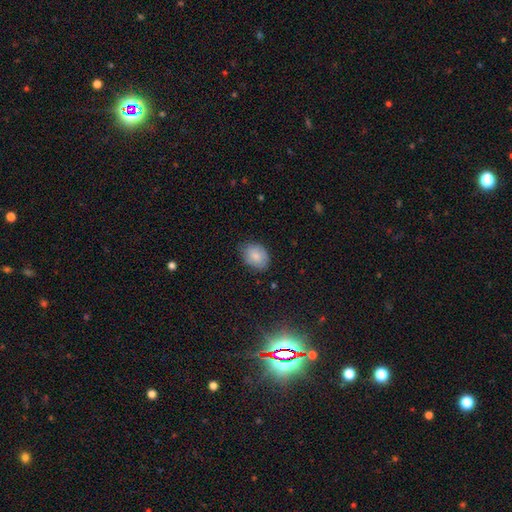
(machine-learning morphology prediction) This appears to be a smooth galaxy with no disk features (82%) that is in between round and cigar-shaped (70%). Merging: none (74%).